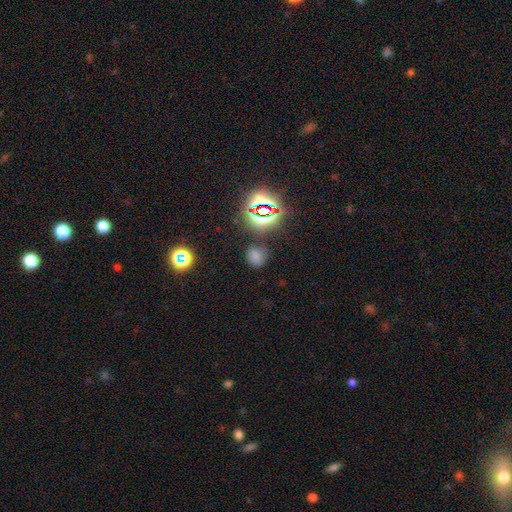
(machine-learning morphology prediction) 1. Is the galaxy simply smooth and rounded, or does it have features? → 59% smooth, 34% star or artifact, 7% featured or disk.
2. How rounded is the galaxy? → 56% round, 43% in between, 1% cigar-shaped.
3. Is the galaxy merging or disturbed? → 73% none, 16% minor disturbance, 6% major disturbance, 5% merger.